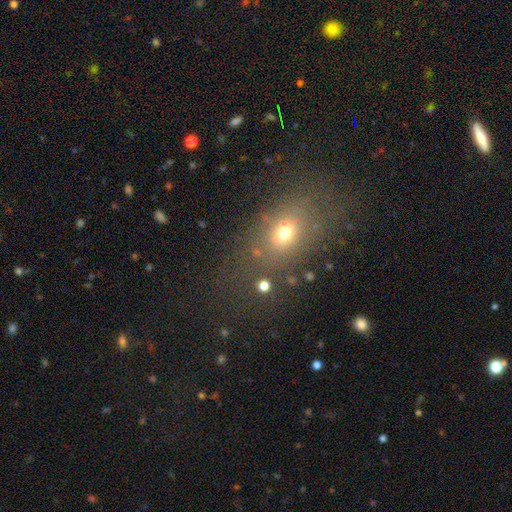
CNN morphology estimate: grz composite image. It shows a smooth galaxy with no disk features (60%) that is in between round and cigar-shaped (66%). Merging: none (73%).